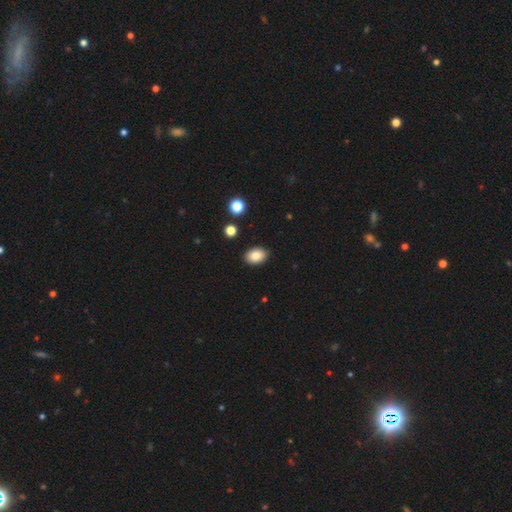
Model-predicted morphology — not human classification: Smooth or featured? Predicted: smooth (p=0.85). How rounded? Predicted: in between (p=0.83). Merging? Predicted: none (p=0.89).